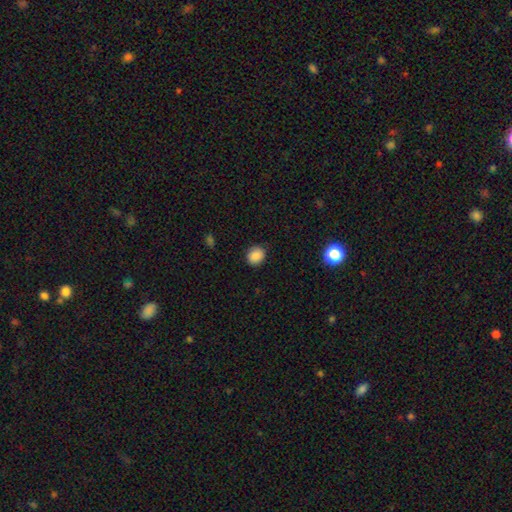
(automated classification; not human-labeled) Smooth or featured? smooth (87%)
How rounded? round (72%)
Merging? none (87%)